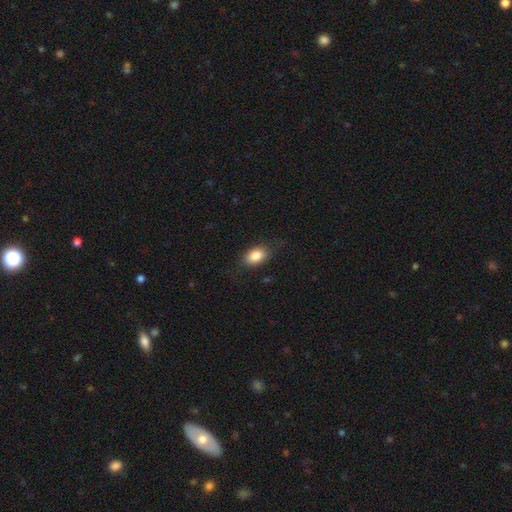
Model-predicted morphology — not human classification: This is clearly a smooth galaxy (84%). How rounded: clearly in between (85%). Merging: clearly none (80%).